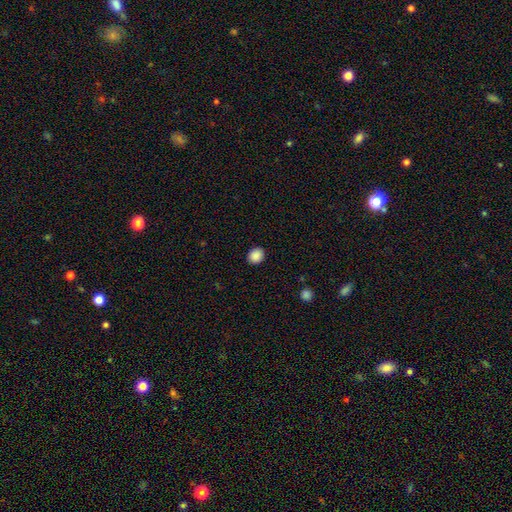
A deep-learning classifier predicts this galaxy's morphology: smooth 89%, star or artifact 9%, featured or disk 2%. Down the decision tree: how rounded — round (63%); merging — none (90%).